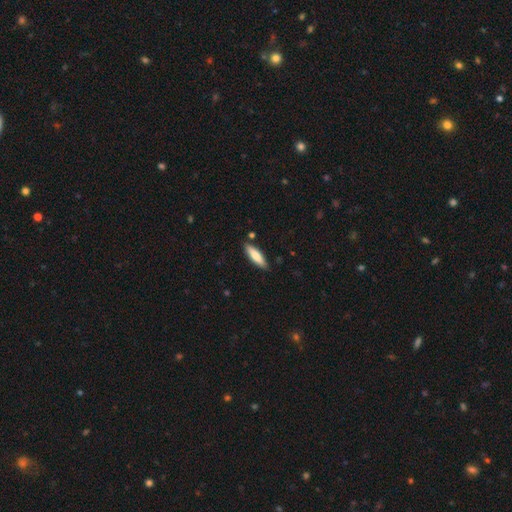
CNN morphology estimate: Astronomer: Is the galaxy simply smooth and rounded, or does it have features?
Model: smooth — 75%.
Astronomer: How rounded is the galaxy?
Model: cigar-shaped — 61% (runner-up: in between, 37%).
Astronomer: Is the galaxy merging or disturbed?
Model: none — 85%.